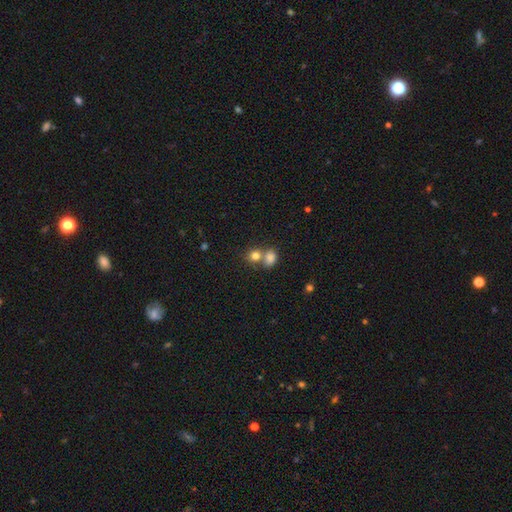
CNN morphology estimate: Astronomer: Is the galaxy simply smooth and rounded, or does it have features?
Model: smooth — 80%.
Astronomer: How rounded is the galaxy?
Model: round — 65%.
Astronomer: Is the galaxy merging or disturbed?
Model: merger — 50% (runner-up: none, 39%).